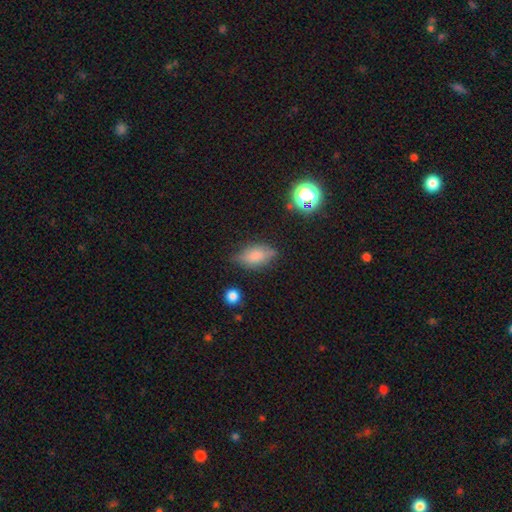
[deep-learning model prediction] Q: Smooth or featured?
A: smooth (70%); runner-up: featured or disk (19%)
Q: How rounded?
A: in between (85%); runner-up: cigar-shaped (9%)
Q: Merging?
A: none (67%); runner-up: minor disturbance (24%)